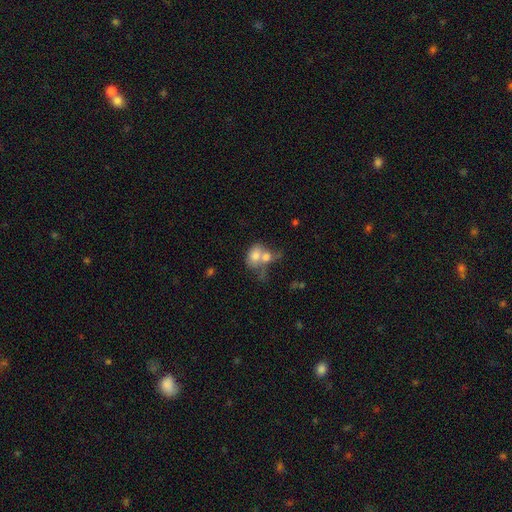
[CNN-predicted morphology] A smooth galaxy with no disk features (69%) that is in between round and cigar-shaped (68%).

Vote fractions:
- Smooth or featured? smooth: 69% / featured or disk: 22% / star or artifact: 9%
- How rounded? in between: 68% / round: 30% / cigar-shaped: 1%
- Merging? merger: 69% / none: 15% / major disturbance: 8% / minor disturbance: 8%